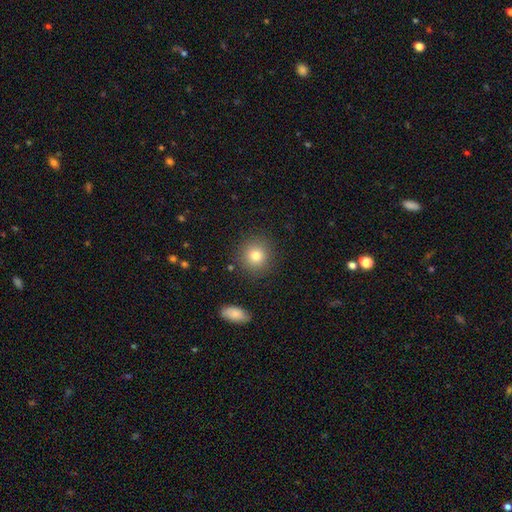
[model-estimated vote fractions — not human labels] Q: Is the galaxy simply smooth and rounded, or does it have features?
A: smooth — 80%.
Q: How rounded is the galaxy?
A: round — 90%.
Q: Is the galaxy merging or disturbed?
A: none — 88%.